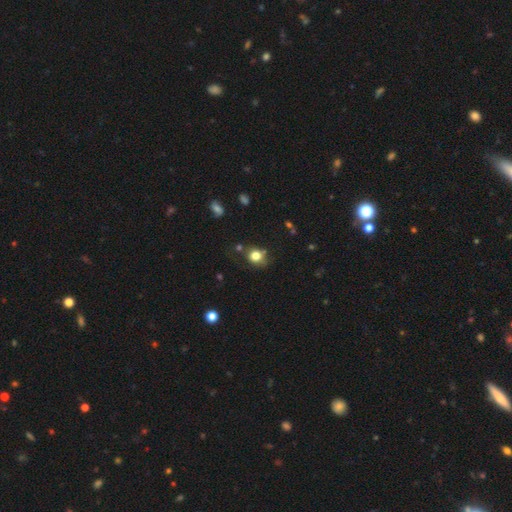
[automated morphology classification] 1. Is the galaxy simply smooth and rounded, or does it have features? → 79% smooth, 12% star or artifact, 9% featured or disk.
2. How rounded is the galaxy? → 70% round, 29% in between, 1% cigar-shaped.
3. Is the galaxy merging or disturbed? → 65% none, 21% minor disturbance, 7% major disturbance, 7% merger.